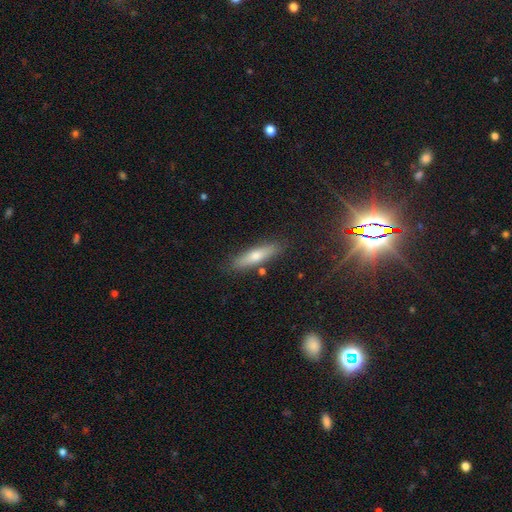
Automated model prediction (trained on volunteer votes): Smooth or featured?
  - smooth: 60% *
  - featured or disk: 30%
  - star or artifact: 10%
How rounded?
  - cigar-shaped: 77% *
  - in between: 21%
  - round: 2%
Merging?
  - none: 86% *
  - minor disturbance: 10%
  - merger: 3%
  - major disturbance: 2%